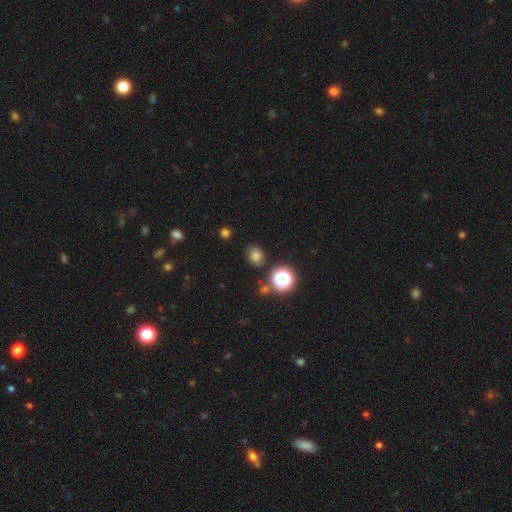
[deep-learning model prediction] A smooth galaxy with no disk features (72%) that is round (60%).

Vote fractions:
- Smooth or featured? smooth: 72% / star or artifact: 20% / featured or disk: 8%
- How rounded? round: 60% / in between: 39% / cigar-shaped: 1%
- Merging? none: 75% / minor disturbance: 17% / major disturbance: 5% / merger: 4%